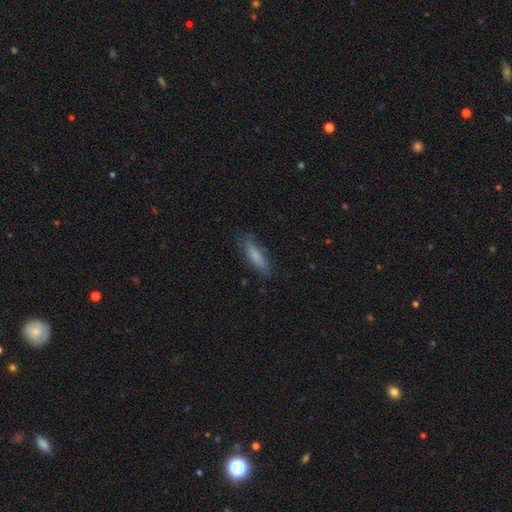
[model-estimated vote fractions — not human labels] The model was most divided on "how rounded": cigar-shaped: 71%, in between: 27%, round: 2%. More confident: merging — none (75%); smooth or featured — smooth (69%).